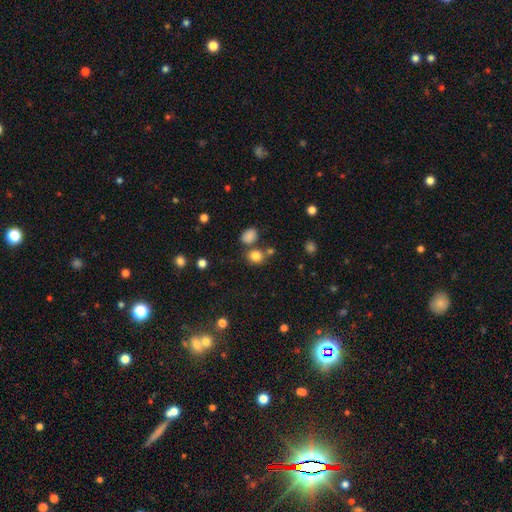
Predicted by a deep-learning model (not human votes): Smooth or featured: smooth — 81% (star or artifact — 13%)
How rounded: round — 69% (in between — 30%)
Merging: none — 65% (merger — 19%)